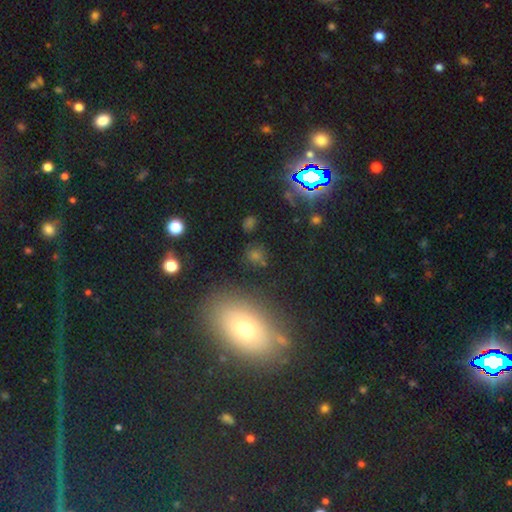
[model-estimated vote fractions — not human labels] Smooth or featured?
  - smooth: 50% *
  - star or artifact: 38%
  - featured or disk: 12%
Merging?
  - none: 77% *
  - minor disturbance: 11%
  - merger: 6%
  - major disturbance: 6%